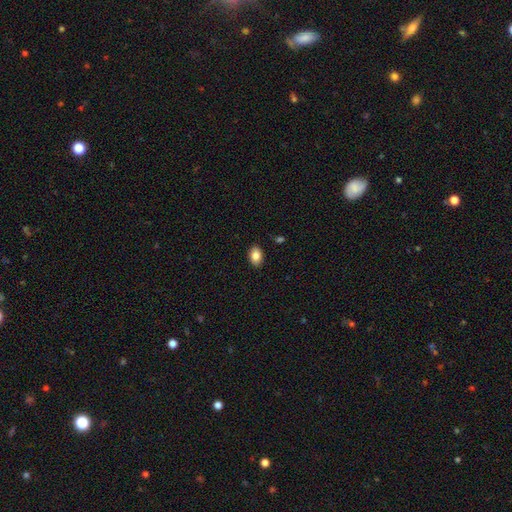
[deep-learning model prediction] Morphology: type=smooth (84%); roundness=in between (83%); merging=none (89%).